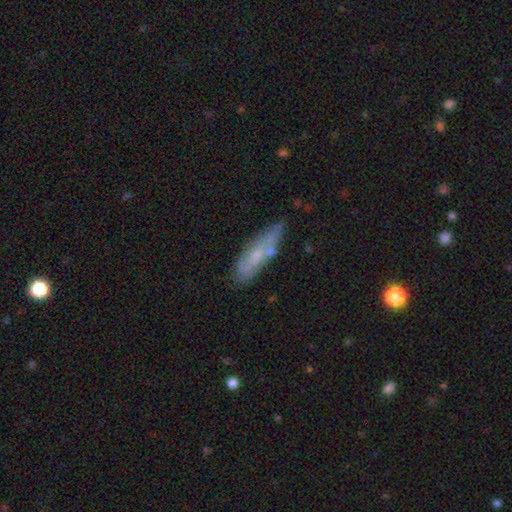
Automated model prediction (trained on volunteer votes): Smooth or featured? Predicted: smooth (p=0.54). How rounded? Predicted: cigar-shaped (p=0.62). Merging? Predicted: none (p=0.61).